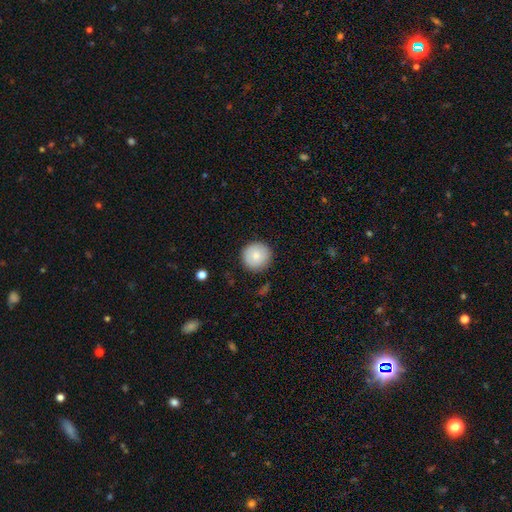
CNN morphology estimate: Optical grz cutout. It shows a smooth galaxy with no disk features (82%) that is round (95%). Merging: none (89%).